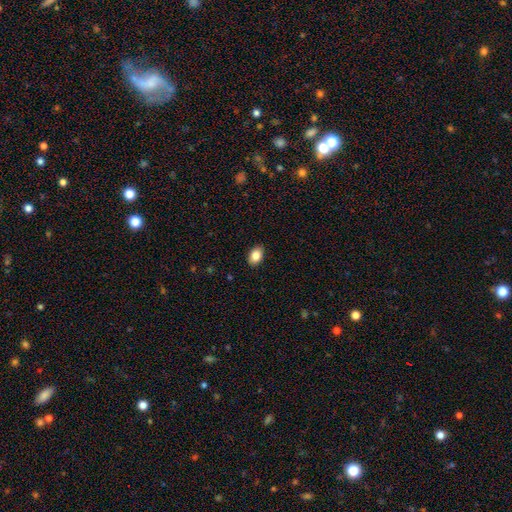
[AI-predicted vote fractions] smooth-or-featured: smooth: 85% | star or artifact: 8% | featured or disk: 7%
  how-rounded: in between: 82% | round: 17% | cigar-shaped: 1%
  merging: none: 89% | minor disturbance: 8% | major disturbance: 2% | merger: 1%